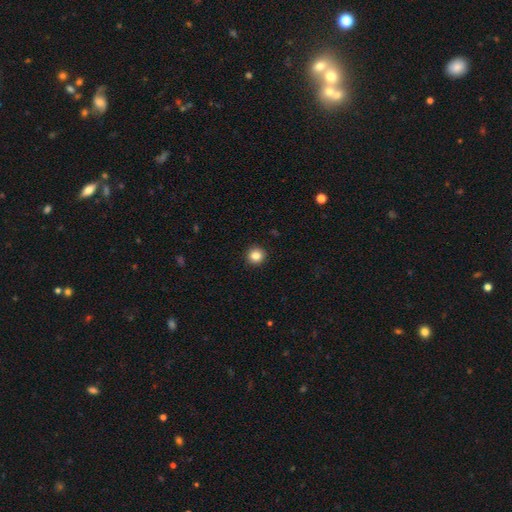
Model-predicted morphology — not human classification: smooth_or_featured: smooth (p=0.84) [alt: star or artifact p=0.11]
how_rounded: round (p=0.94) [alt: in between p=0.05]
merging: none (p=0.93) [alt: minor disturbance p=0.04]